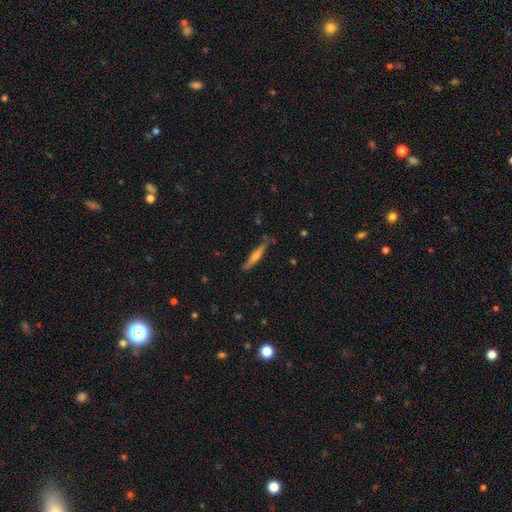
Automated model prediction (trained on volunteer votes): Smooth or featured?
  - featured or disk: 49% *
  - smooth: 45%
  - star or artifact: 6%
Merging?
  - none: 80% *
  - minor disturbance: 14%
  - major disturbance: 3%
  - merger: 2%